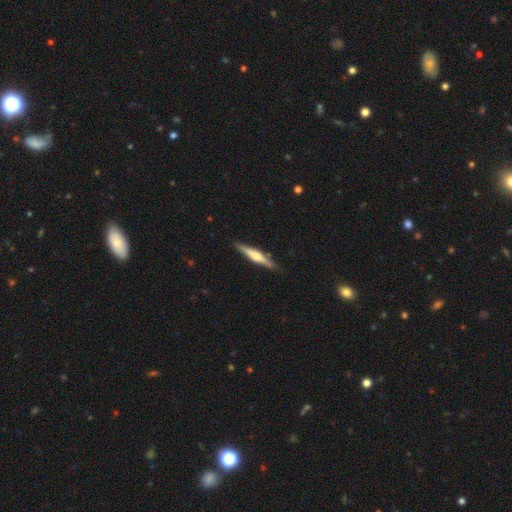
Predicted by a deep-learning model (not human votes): Overall: featured or disk (58%; smooth 37%). Edge-on disk: yes (97%). Edge-on bulge: rounded (67%). Merging: none (88%).